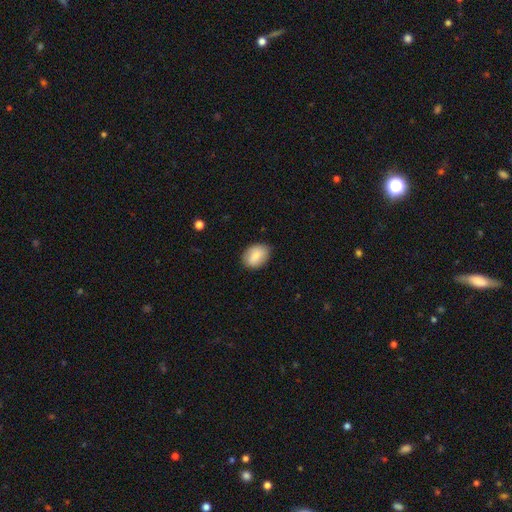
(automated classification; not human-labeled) Smooth or featured: smooth — 82% (featured or disk — 11%)
How rounded: in between — 75% (round — 23%)
Merging: none — 79% (minor disturbance — 17%)